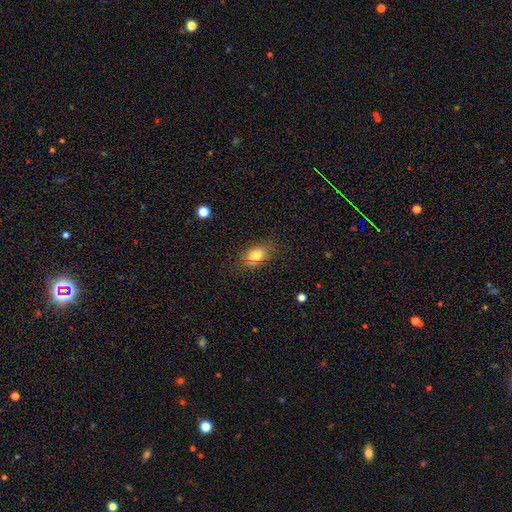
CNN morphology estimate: smooth_or_featured: smooth (p=0.76) [alt: star or artifact p=0.12]
how_rounded: in between (p=0.78) [alt: round p=0.19]
merging: none (p=0.76) [alt: minor disturbance p=0.16]